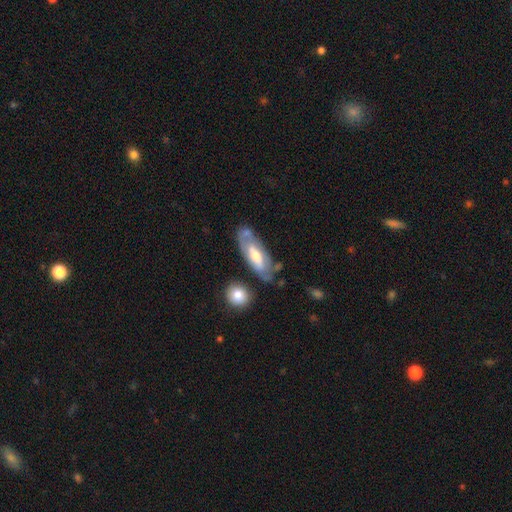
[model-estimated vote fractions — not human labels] Smooth or featured? featured or disk (56%)
Edge-on disk? no (78%)
Merging? none (60%)